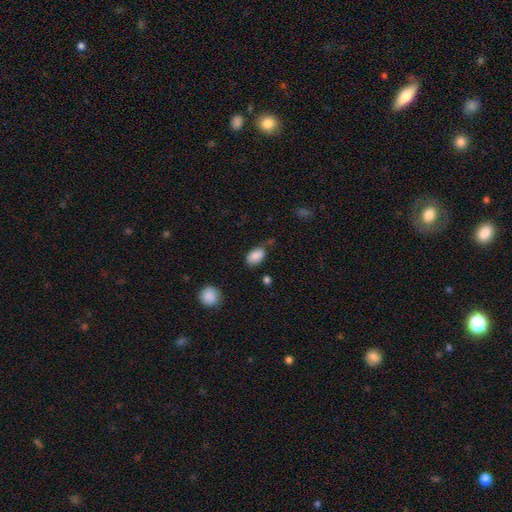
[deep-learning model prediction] smooth_or_featured: smooth (p=0.86) [alt: star or artifact p=0.08]
how_rounded: in between (p=0.92) [alt: round p=0.06]
merging: none (p=0.66) [alt: minor disturbance p=0.24]